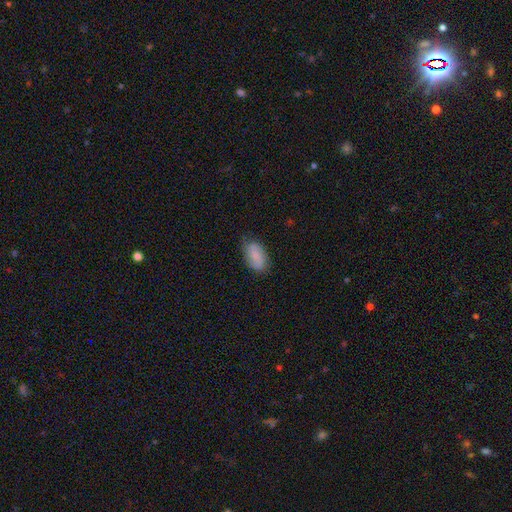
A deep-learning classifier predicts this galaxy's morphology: This appears to be a smooth galaxy with no disk features (52%) that is in between round and cigar-shaped (92%). Merging: none (76%).